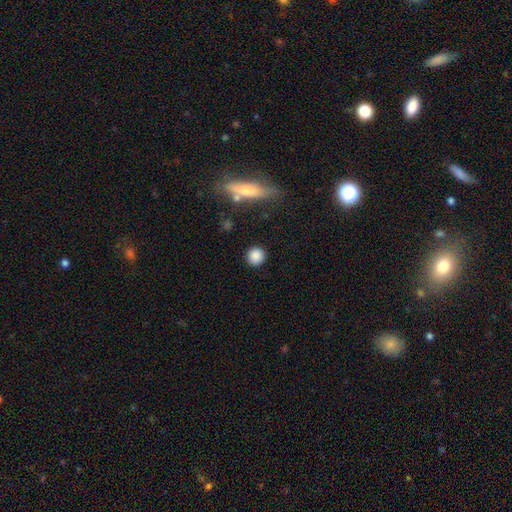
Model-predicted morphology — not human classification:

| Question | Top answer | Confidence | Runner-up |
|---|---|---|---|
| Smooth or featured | smooth | 87% | star or artifact (9%) |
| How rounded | round | 92% | in between (6%) |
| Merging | none | 89% | minor disturbance (6%) |